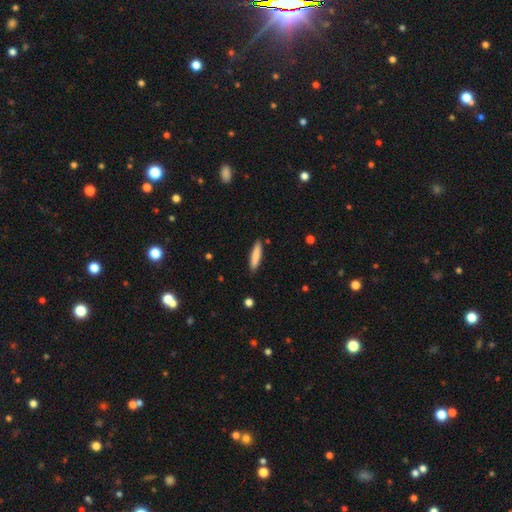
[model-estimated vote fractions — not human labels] Smooth or featured? Predicted: smooth (p=0.81). How rounded? Predicted: cigar-shaped (p=0.84). Merging? Predicted: none (p=0.88).